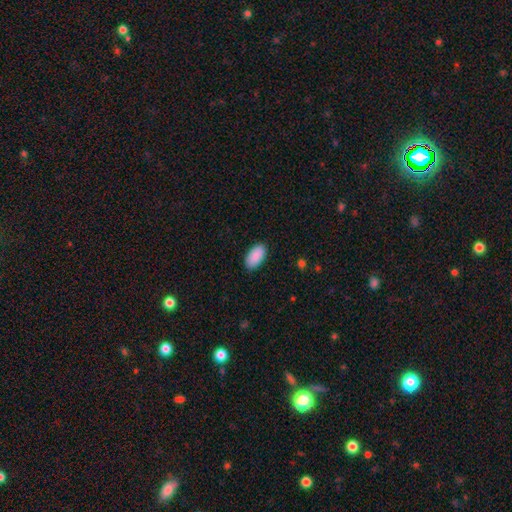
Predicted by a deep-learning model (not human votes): Morphology: type=smooth (91%); roundness=in between (95%); merging=none (89%).